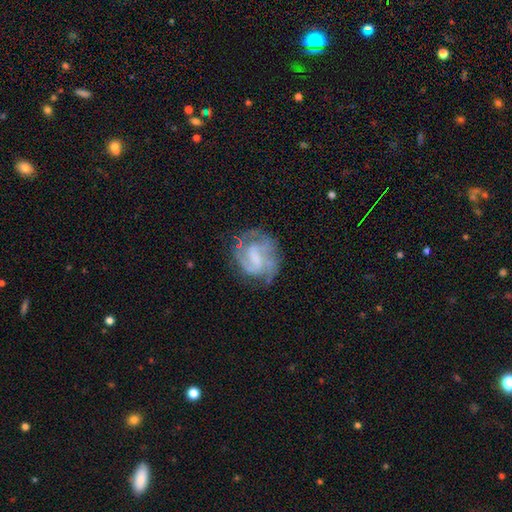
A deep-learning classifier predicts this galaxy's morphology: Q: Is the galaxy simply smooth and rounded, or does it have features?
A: featured or disk — 76%.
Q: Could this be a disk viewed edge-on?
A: no — 98%.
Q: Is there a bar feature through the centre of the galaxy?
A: weak — 51%.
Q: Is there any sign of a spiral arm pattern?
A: yes — 88%.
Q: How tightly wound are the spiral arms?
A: medium — 43%.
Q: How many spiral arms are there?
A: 2 — 51%.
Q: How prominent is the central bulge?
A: none — 39%.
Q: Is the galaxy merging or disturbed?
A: none — 64%.